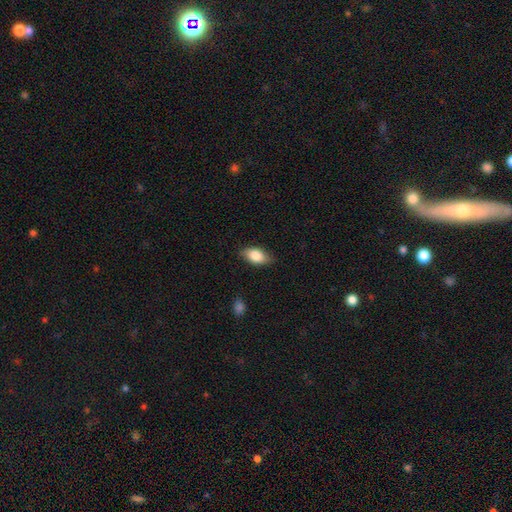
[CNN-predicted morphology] This appears to be a smooth galaxy with no disk features (83%) that is in between round and cigar-shaped (91%). Merging: none (81%).